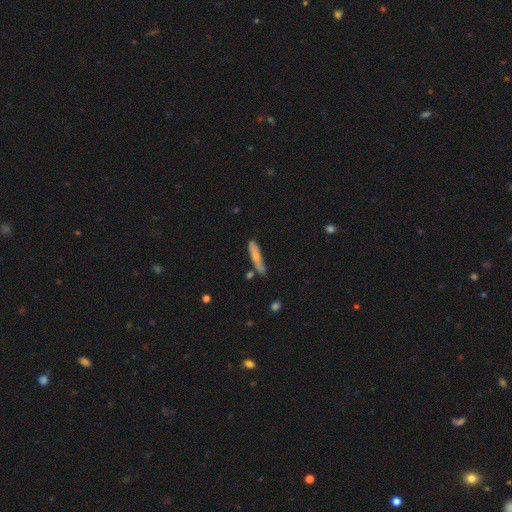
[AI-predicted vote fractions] This appears to be a smooth galaxy with no disk features (71%) that is cigar-shaped (85%). Merging: none (65%).